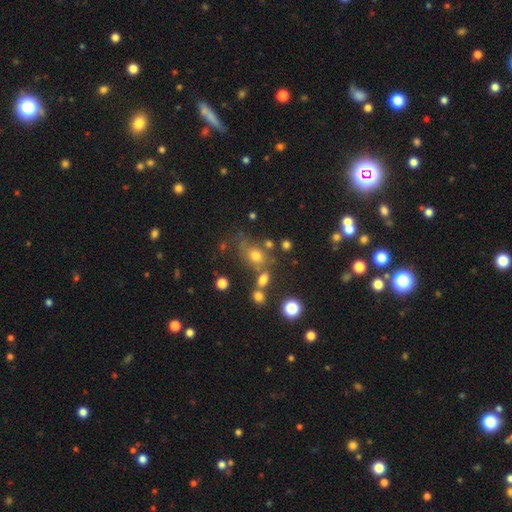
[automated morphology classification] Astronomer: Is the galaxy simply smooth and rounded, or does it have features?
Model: smooth — 69%.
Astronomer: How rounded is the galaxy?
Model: in between — 52% (runner-up: round, 46%).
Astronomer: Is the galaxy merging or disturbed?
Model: none — 53%.